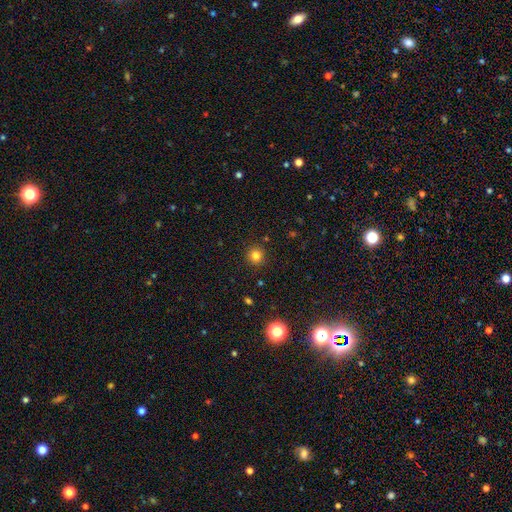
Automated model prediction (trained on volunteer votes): Morphology: type=smooth (81%); roundness=round (93%); merging=none (91%).